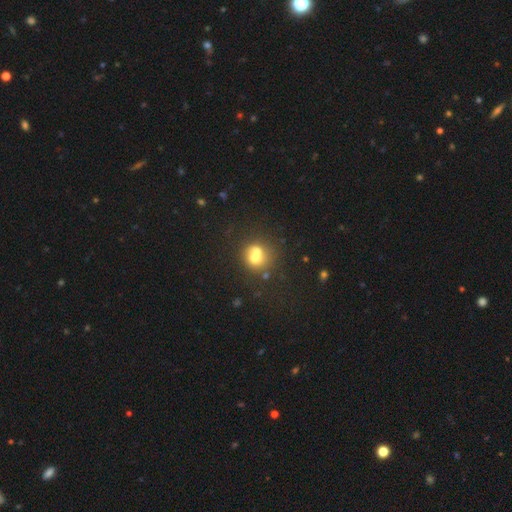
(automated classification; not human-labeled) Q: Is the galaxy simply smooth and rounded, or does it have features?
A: smooth — 64%.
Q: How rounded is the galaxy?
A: round — 81%.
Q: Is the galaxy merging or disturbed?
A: merger — 55%.